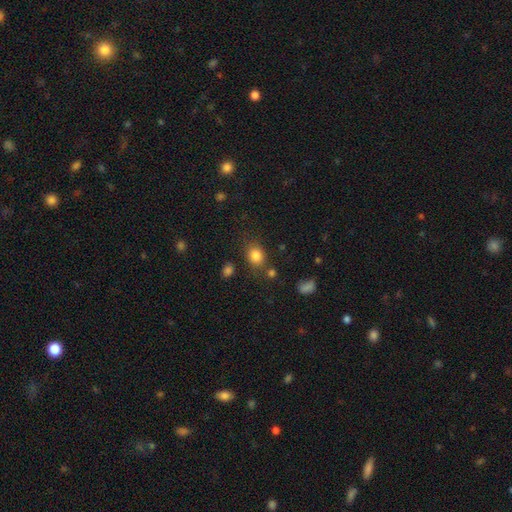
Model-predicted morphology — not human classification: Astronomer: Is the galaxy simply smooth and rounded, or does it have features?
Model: smooth — 83%.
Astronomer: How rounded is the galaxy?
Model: round — 54% (runner-up: in between, 45%).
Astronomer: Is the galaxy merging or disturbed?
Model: none — 72%.